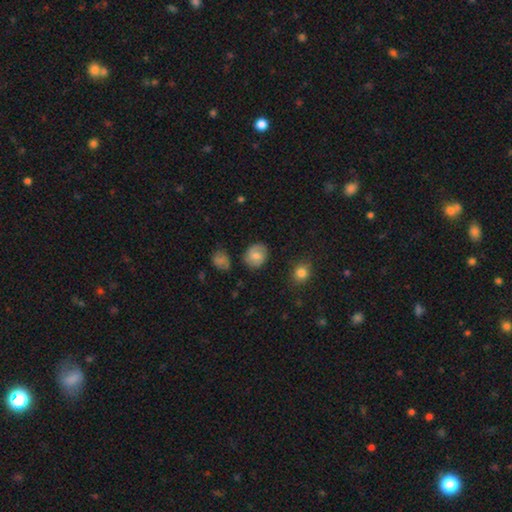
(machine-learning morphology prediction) This appears to be a smooth galaxy with no disk features (73%) that is round (61%). Merging: none (80%).